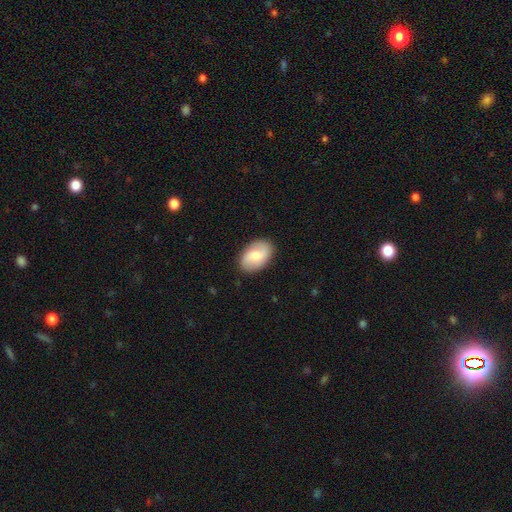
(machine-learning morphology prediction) Smooth or featured? Predicted: smooth (p=0.59). How rounded? Predicted: in between (p=0.89). Merging? Predicted: none (p=0.86).